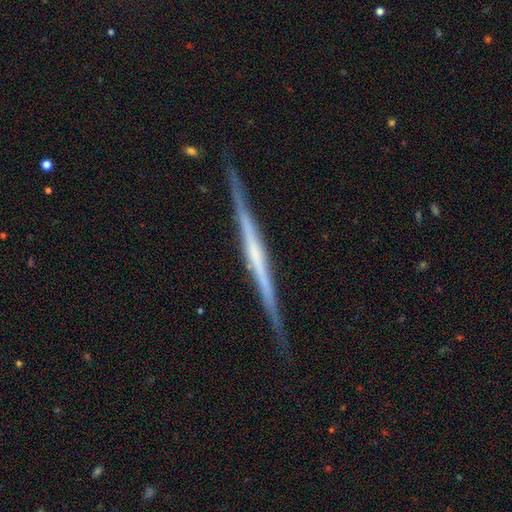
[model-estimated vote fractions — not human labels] This is likely a featured or disk galaxy (79%). It is clearly viewed edge-on (98%). Edge-on bulge: likely none (62%). Merging: clearly none (89%).